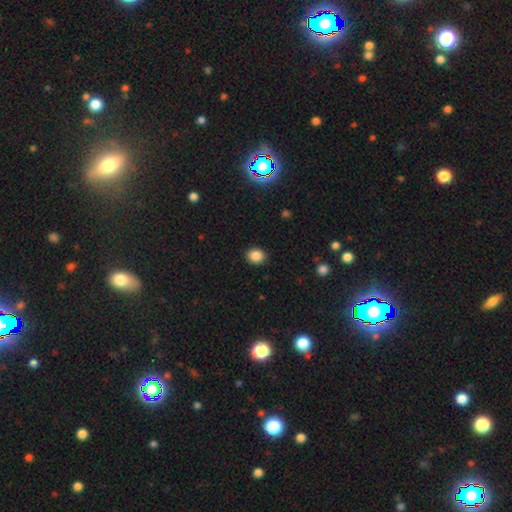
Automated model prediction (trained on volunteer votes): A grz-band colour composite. It shows a smooth galaxy with no disk features (87%) that is round (67%). Merging: none (91%).